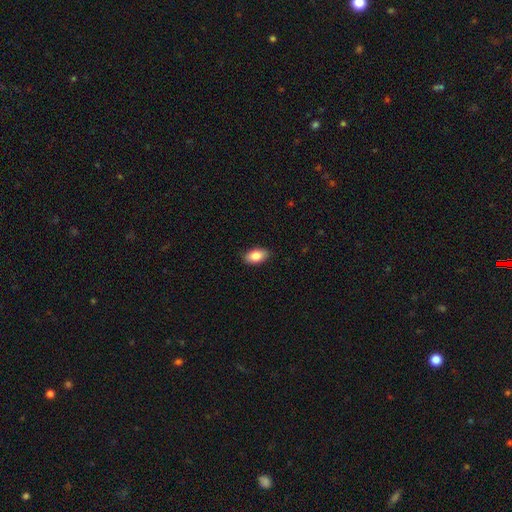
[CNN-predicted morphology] Smooth or featured?
  - smooth: 85% *
  - featured or disk: 8%
  - star or artifact: 7%
How rounded?
  - in between: 92% *
  - round: 6%
  - cigar-shaped: 2%
Merging?
  - none: 89% *
  - minor disturbance: 8%
  - major disturbance: 2%
  - merger: 1%